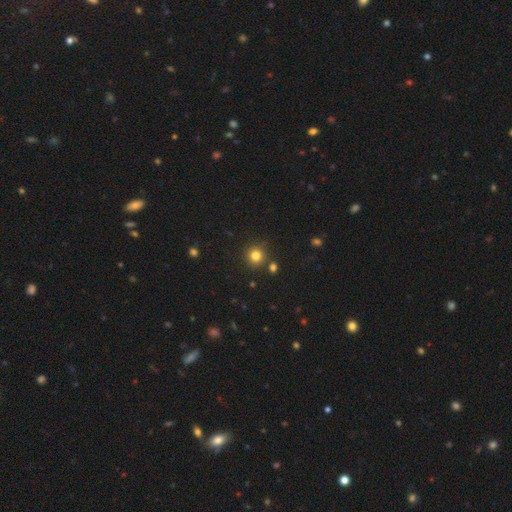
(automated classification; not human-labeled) Morphology: type=smooth (81%); roundness=round (93%); merging=none (85%).